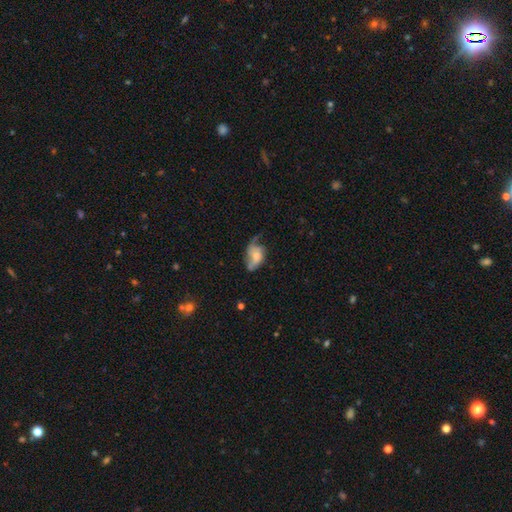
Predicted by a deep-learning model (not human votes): The model was most divided on "smooth or featured" (2-way tie): featured or disk: 46%, smooth: 46%, star or artifact: 8%. Remaining: merging — major disturbance (34%).